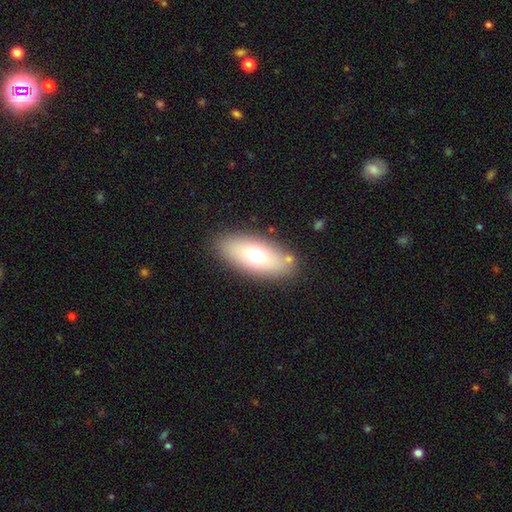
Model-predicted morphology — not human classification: smooth_or_featured: smooth (p=0.68) [alt: featured or disk p=0.23]
how_rounded: in between (p=0.85) [alt: cigar-shaped p=0.11]
merging: none (p=0.82) [alt: minor disturbance p=0.10]